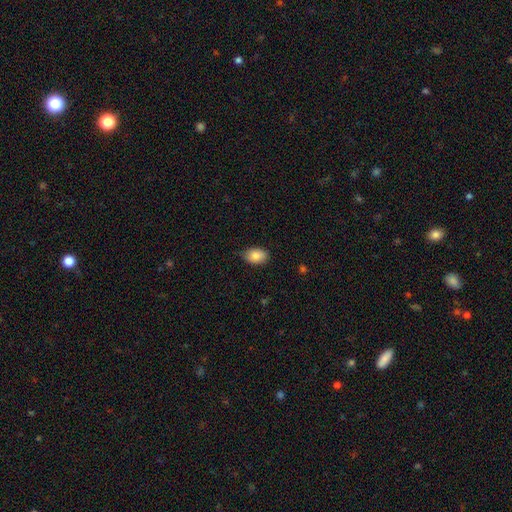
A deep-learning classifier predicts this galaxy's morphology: smooth_or_featured: smooth (p=0.85) [alt: featured or disk p=0.08]
how_rounded: in between (p=0.87) [alt: round p=0.12]
merging: none (p=0.78) [alt: minor disturbance p=0.18]